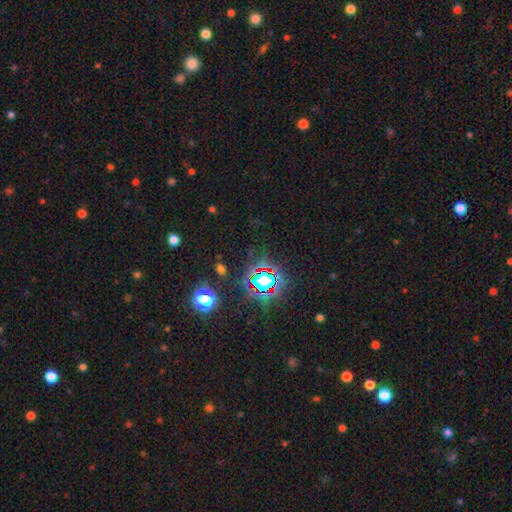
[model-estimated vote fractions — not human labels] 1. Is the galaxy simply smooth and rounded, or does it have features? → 81% star or artifact, 12% smooth, 7% featured or disk.